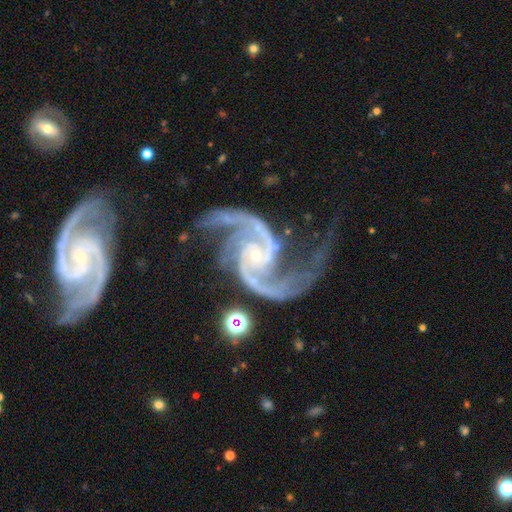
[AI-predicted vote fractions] Overall: featured or disk (94%). Edge-on disk: no (98%). Bar: no (62%; weak 26%). Spiral arms: yes (99%). Spiral arm count: 2 (78%). Spiral winding: medium (54%; loose 33%). Bulge size: small (83%). Merging: none (51%; major disturbance 25%).